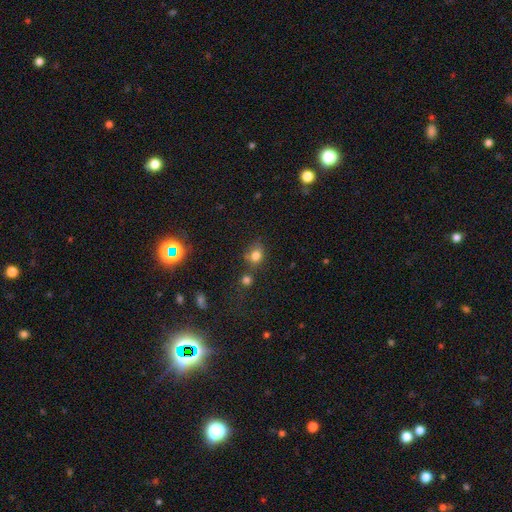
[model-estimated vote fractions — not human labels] This is likely a smooth galaxy (77%). How rounded: possibly round (57%). Merging: likely none (62%).